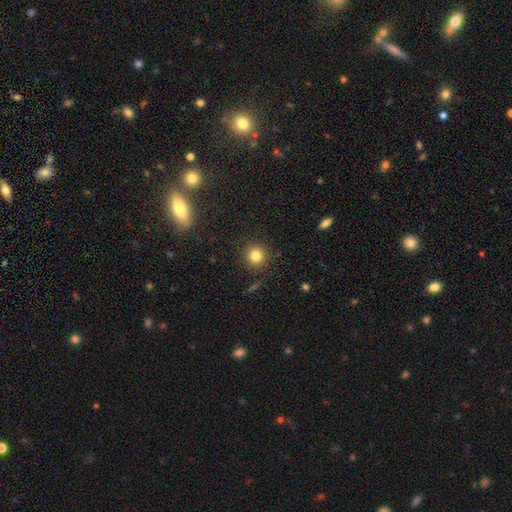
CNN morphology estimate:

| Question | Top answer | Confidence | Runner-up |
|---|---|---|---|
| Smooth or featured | smooth | 82% | star or artifact (12%) |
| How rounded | round | 92% | in between (7%) |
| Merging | none | 90% | minor disturbance (7%) |